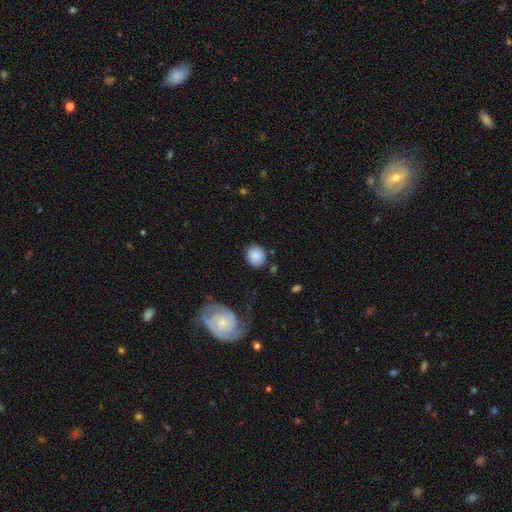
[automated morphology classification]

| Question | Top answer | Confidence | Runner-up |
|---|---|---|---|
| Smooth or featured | smooth | 84% | featured or disk (8%) |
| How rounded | round | 81% | in between (18%) |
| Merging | none | 82% | minor disturbance (10%) |